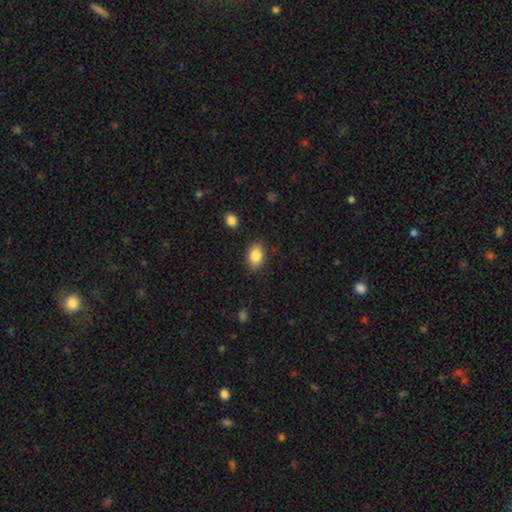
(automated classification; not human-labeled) This is clearly a smooth galaxy (85%). How rounded: likely in between (79%). Merging: clearly none (86%).